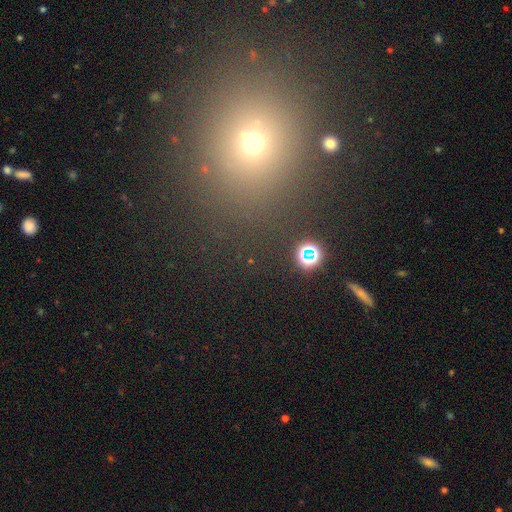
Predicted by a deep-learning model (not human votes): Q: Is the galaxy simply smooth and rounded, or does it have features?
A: smooth — 52%.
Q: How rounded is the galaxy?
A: round — 79%.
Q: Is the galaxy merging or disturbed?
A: none — 87%.